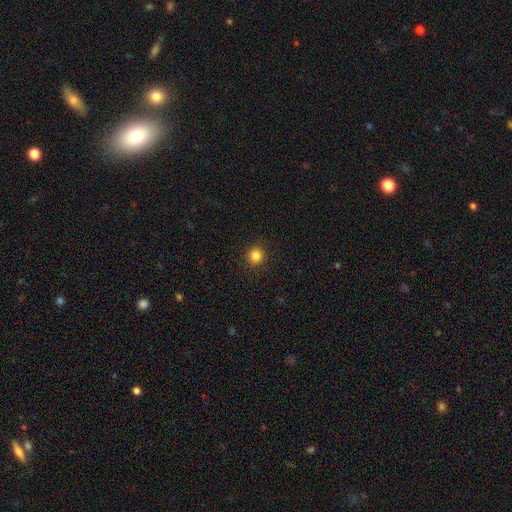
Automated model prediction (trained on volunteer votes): smooth 84%, star or artifact 12%, featured or disk 4%. Down the decision tree: how rounded — round (92%); merging — none (92%).